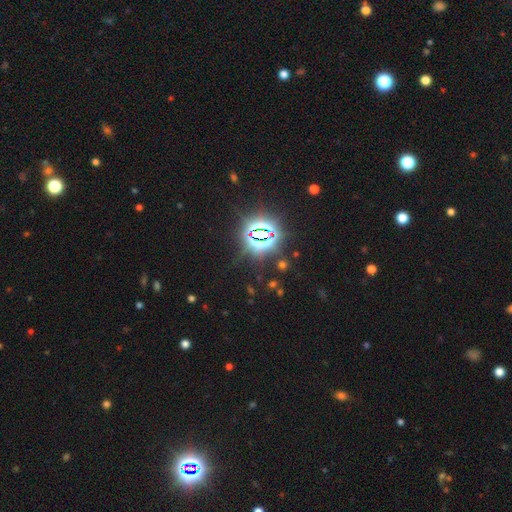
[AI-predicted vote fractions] Smooth or featured? star or artifact (84%)